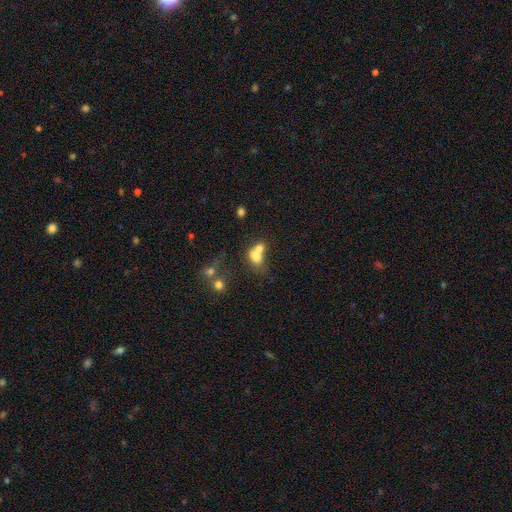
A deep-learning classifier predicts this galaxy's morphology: Smooth or featured? Predicted: smooth (p=0.70). How rounded? Predicted: in between (p=0.67). Merging? Predicted: merger (p=0.63).